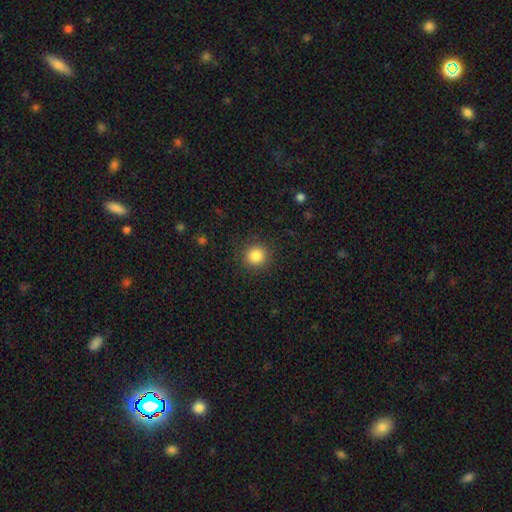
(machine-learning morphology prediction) Smooth or featured? smooth (85%)
How rounded? round (92%)
Merging? none (89%)